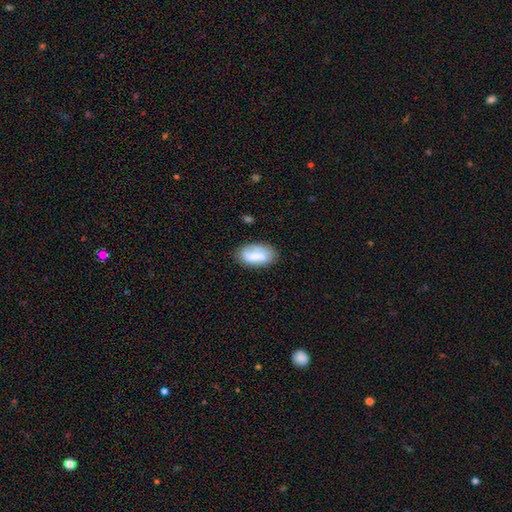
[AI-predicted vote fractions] Q: Smooth or featured?
A: smooth (73%); runner-up: featured or disk (20%)
Q: How rounded?
A: in between (92%); runner-up: round (4%)
Q: Merging?
A: none (69%); runner-up: minor disturbance (21%)